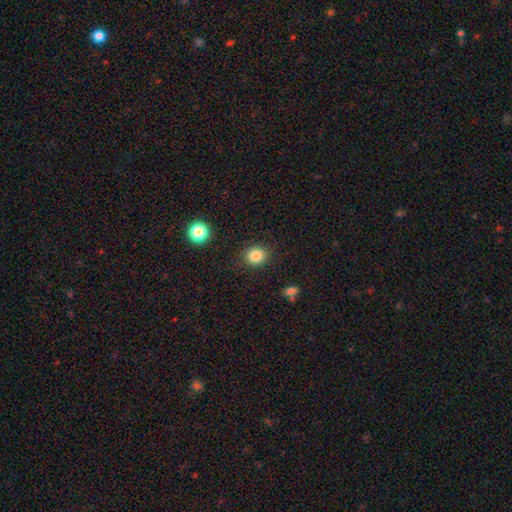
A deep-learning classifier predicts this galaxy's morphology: smooth_or_featured: smooth (p=0.85) [alt: star or artifact p=0.10]
how_rounded: round (p=0.80) [alt: in between p=0.19]
merging: none (p=0.87) [alt: minor disturbance p=0.08]